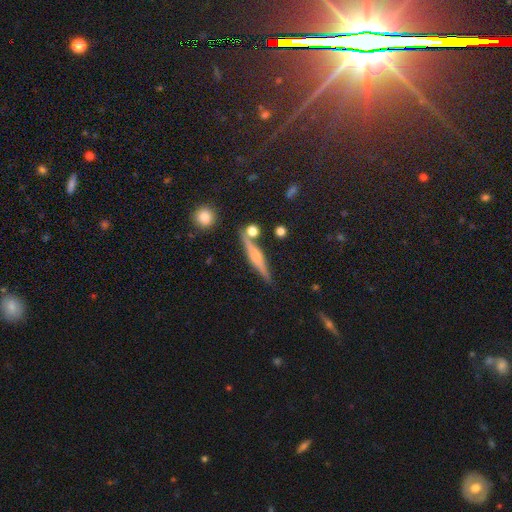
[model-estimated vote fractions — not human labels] smooth_or_featured: featured or disk (p=0.64) [alt: smooth p=0.27]
disk_edge_on: yes (p=0.96) [alt: no p=0.04]
edge_on_bulge: rounded (p=0.76) [alt: boxy p=0.12]
merging: none (p=0.82) [alt: minor disturbance p=0.10]